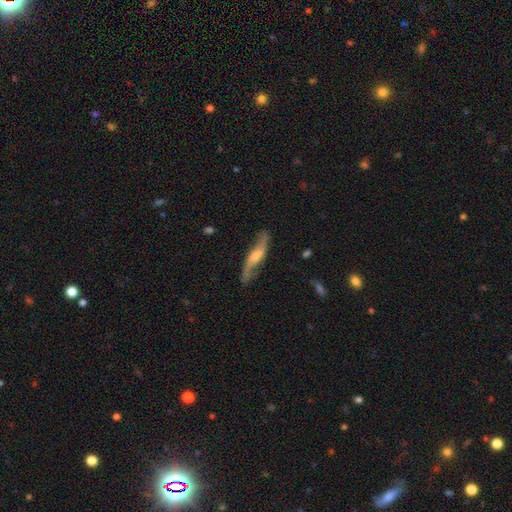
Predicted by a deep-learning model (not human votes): Q: Smooth or featured?
A: featured or disk (76%); runner-up: smooth (19%)
Q: Edge-on disk?
A: no (68%); runner-up: yes (32%)
Q: Bar?
A: no (47%); runner-up: weak (38%)
Q: Spiral arms?
A: yes (93%); runner-up: no (7%)
Q: Bulge size?
A: moderate (46%); runner-up: small (24%)
Q: Merging?
A: none (77%); runner-up: minor disturbance (16%)